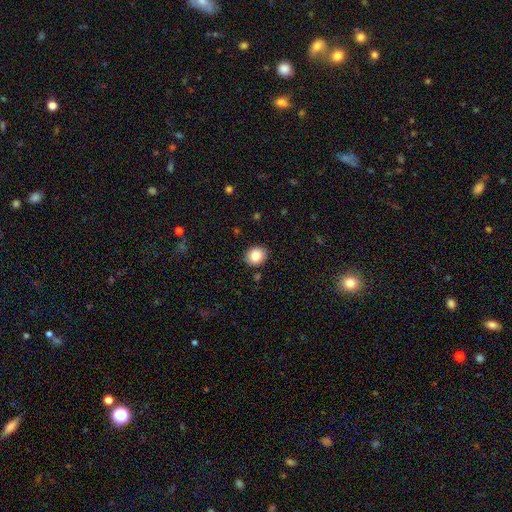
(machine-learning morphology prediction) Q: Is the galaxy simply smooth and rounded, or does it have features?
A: smooth — 85%.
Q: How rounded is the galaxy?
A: round — 68%.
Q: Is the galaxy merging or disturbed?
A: none — 88%.